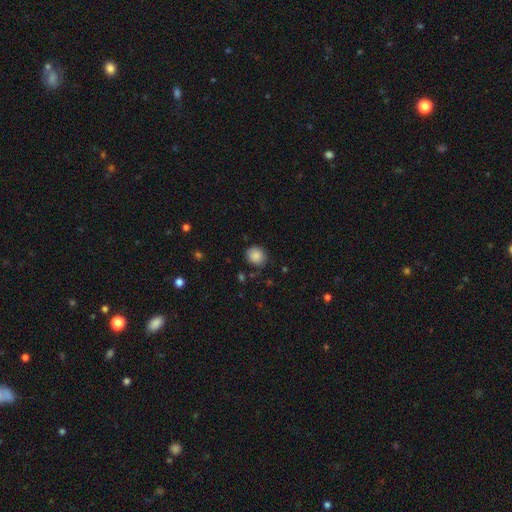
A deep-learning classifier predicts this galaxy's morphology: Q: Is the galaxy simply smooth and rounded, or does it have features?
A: smooth — 87%.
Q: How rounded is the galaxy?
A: round — 76%.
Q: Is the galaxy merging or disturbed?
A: none — 81%.